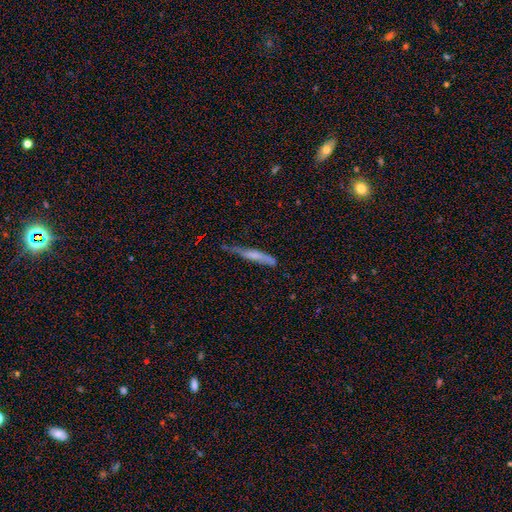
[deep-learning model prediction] Smooth or featured? Predicted: smooth (p=0.55). How rounded? Predicted: cigar-shaped (p=0.93). Merging? Predicted: none (p=0.53).